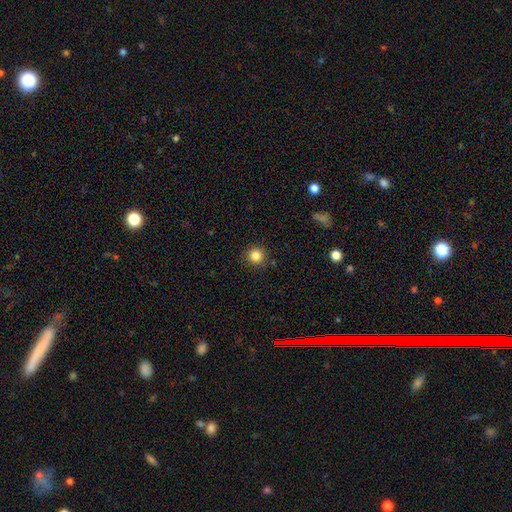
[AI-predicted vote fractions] The model was most divided on "smooth or featured": smooth: 84%, star or artifact: 11%, featured or disk: 5%. More confident: how rounded — round (94%); merging — none (90%).